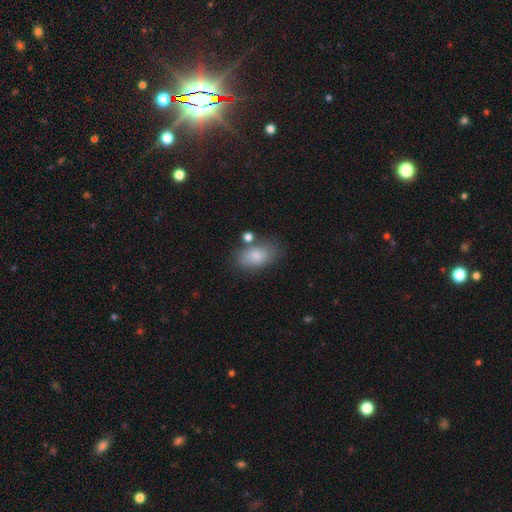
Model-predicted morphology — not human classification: smooth-or-featured: smooth: 82% | featured or disk: 11% | star or artifact: 8%
  how-rounded: in between: 90% | round: 8% | cigar-shaped: 2%
  merging: none: 64% | minor disturbance: 19% | merger: 11% | major disturbance: 7%